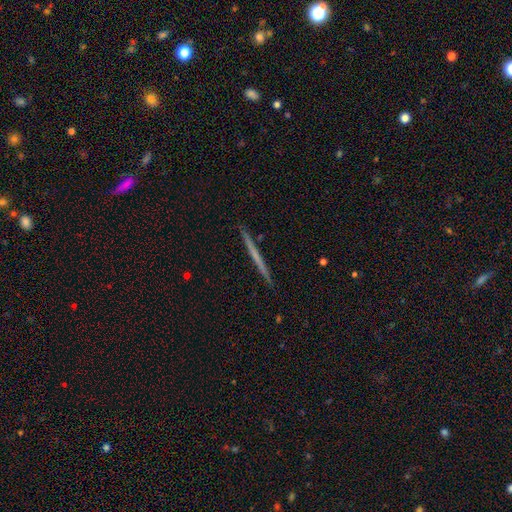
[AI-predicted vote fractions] This is possibly a featured or disk galaxy (53%). It is clearly viewed edge-on (98%). Edge-on bulge: clearly none (92%). Merging: clearly none (92%).